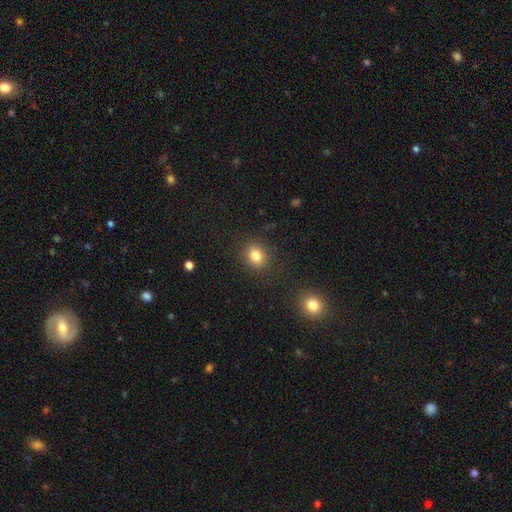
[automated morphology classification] Overall: smooth (81%). How rounded: round (61%; in between 38%). Merging: none (87%).